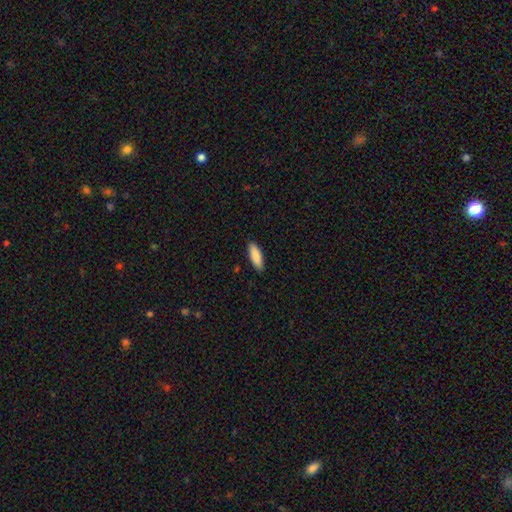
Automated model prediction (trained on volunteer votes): smooth-or-featured: smooth: 89% | featured or disk: 6% | star or artifact: 5%
  how-rounded: in between: 55% | cigar-shaped: 44% | round: 2%
  merging: none: 90% | minor disturbance: 8% | major disturbance: 2% | merger: 1%